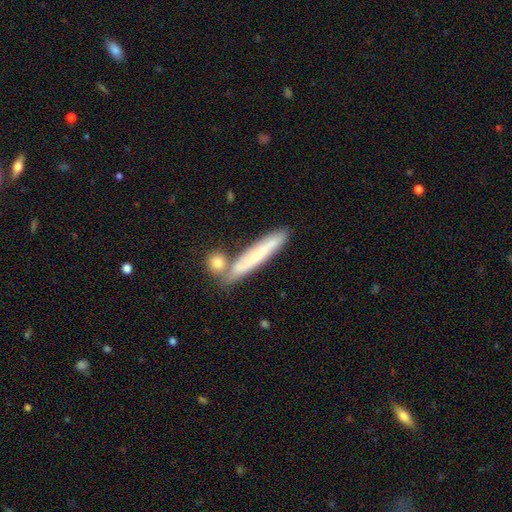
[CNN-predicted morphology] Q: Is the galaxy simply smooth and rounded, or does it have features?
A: smooth — 58%.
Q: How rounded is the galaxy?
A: cigar-shaped — 92%.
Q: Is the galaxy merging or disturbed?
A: none — 67%.